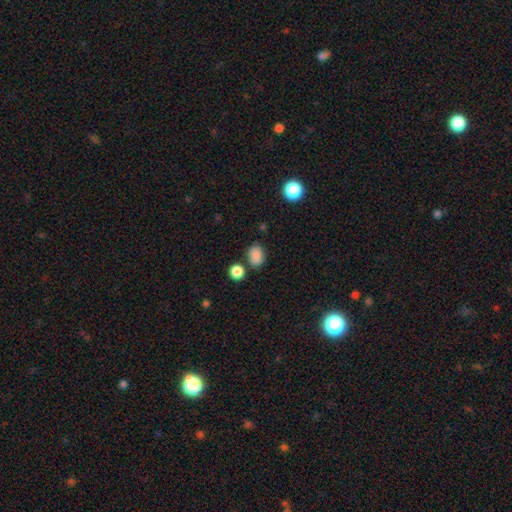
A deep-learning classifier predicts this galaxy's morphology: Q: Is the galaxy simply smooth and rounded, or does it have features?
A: smooth — 85%.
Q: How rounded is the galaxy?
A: in between — 69%.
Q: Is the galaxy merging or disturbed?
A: none — 72%.